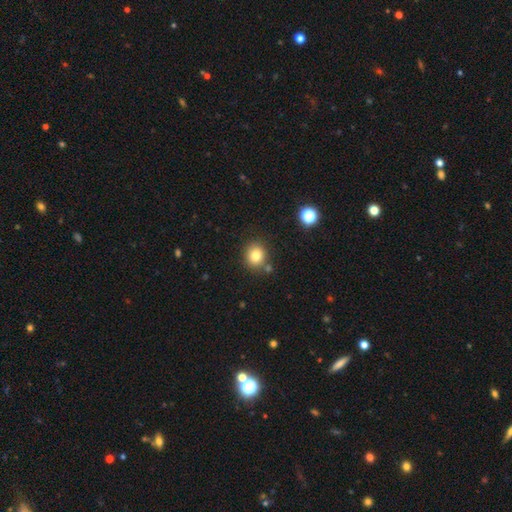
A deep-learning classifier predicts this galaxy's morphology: Q: Smooth or featured?
A: smooth (80%); runner-up: star or artifact (12%)
Q: How rounded?
A: round (80%); runner-up: in between (20%)
Q: Merging?
A: none (80%); runner-up: minor disturbance (10%)